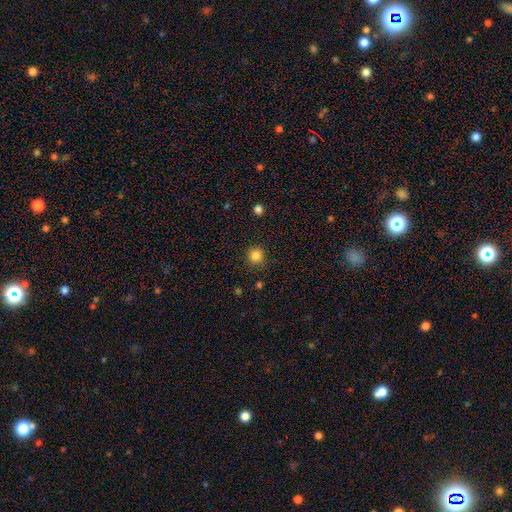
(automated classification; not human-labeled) This appears to be a smooth galaxy with no disk features (84%) that is round (93%). Merging: none (88%).